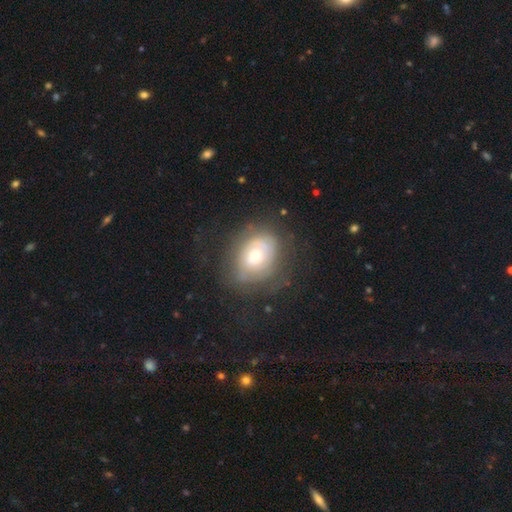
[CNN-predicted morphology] type=featured or disk (52%); edge-on=no (95%); merging=none (64%).